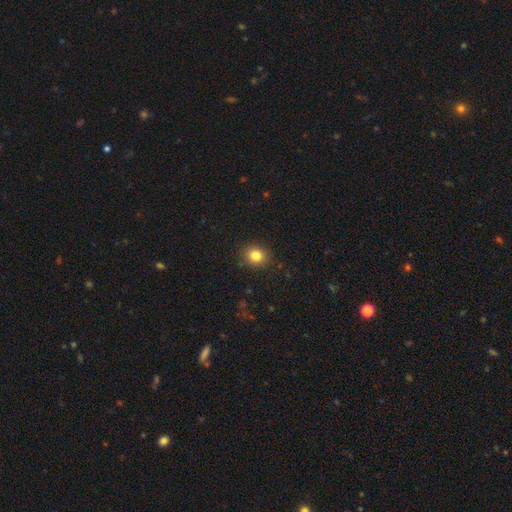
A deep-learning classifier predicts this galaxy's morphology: type=smooth (83%); roundness=round (79%); merging=none (88%).